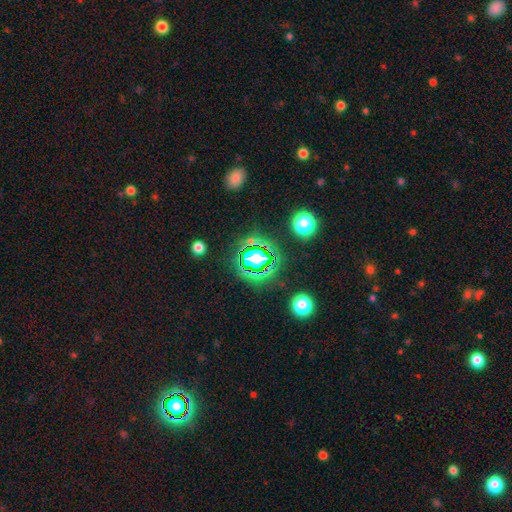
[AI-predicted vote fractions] Smooth or featured?
  - star or artifact: 78% *
  - smooth: 15%
  - featured or disk: 8%